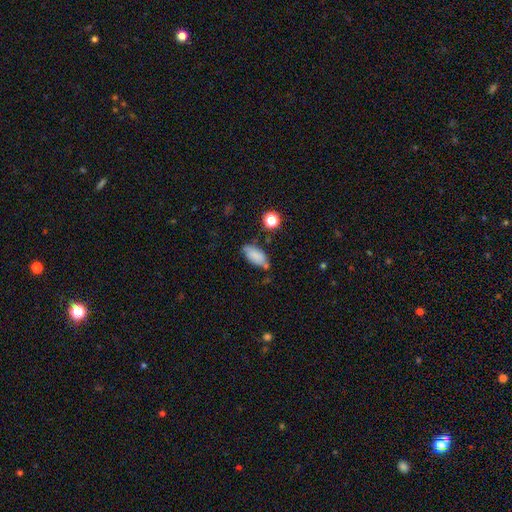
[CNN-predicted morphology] Smooth or featured? Predicted: smooth (p=0.71). How rounded? Predicted: in between (p=0.88). Merging? Predicted: none (p=0.55).